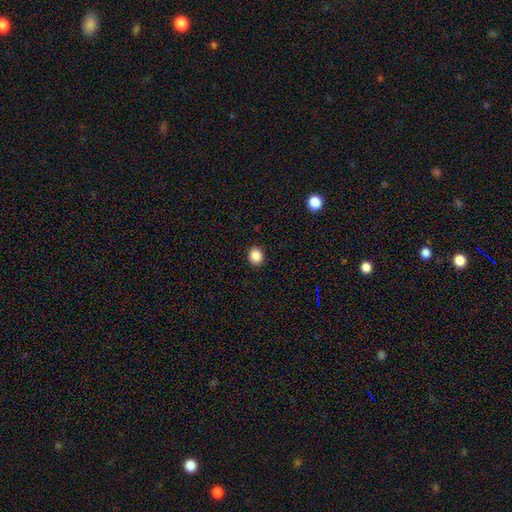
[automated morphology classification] Smooth or featured?
  - smooth: 87% *
  - star or artifact: 10%
  - featured or disk: 3%
How rounded?
  - round: 75% *
  - in between: 24%
  - cigar-shaped: 1%
Merging?
  - none: 92% *
  - minor disturbance: 5%
  - major disturbance: 2%
  - merger: 1%